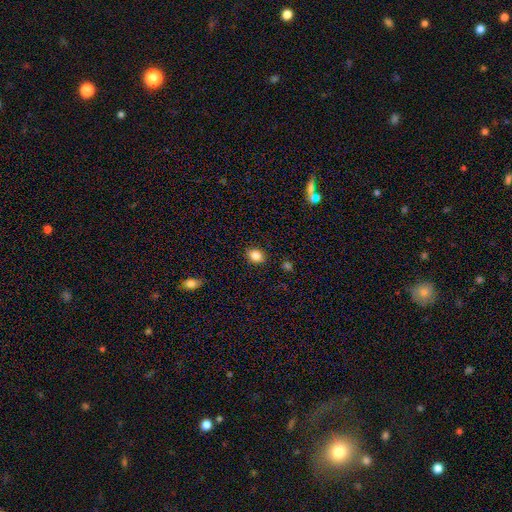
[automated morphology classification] Smooth or featured? Predicted: smooth (p=0.86). How rounded? Predicted: in between (p=0.57). Merging? Predicted: none (p=0.88).